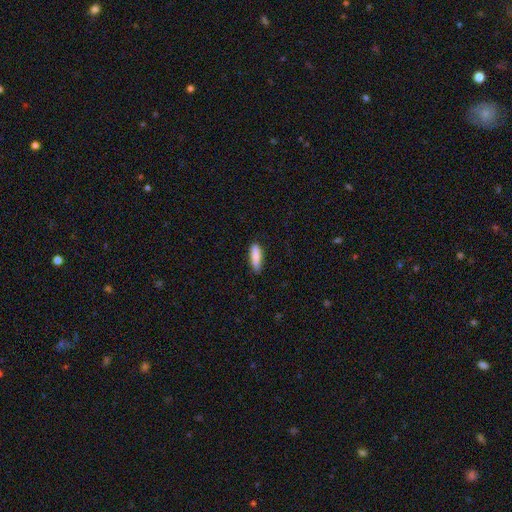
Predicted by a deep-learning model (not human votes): Smooth or featured: smooth — 86% (featured or disk — 7%)
How rounded: cigar-shaped — 54% (in between — 45%)
Merging: none — 79% (minor disturbance — 17%)